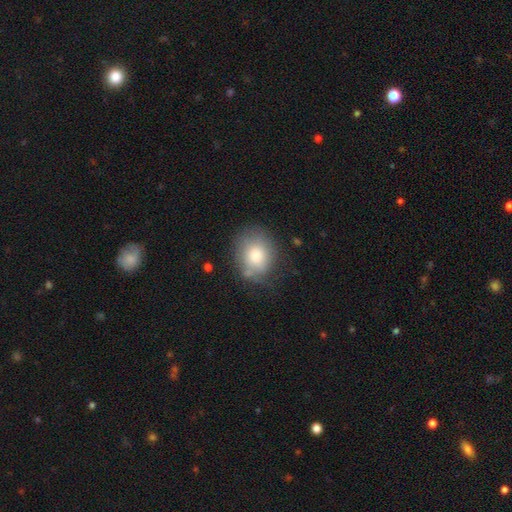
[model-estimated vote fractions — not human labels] A smooth galaxy with no disk features (78%) that is round (58%).

Vote fractions:
- Smooth or featured? smooth: 78% / featured or disk: 13% / star or artifact: 9%
- How rounded? round: 58% / in between: 41% / cigar-shaped: 1%
- Merging? none: 68% / minor disturbance: 21% / major disturbance: 6% / merger: 4%